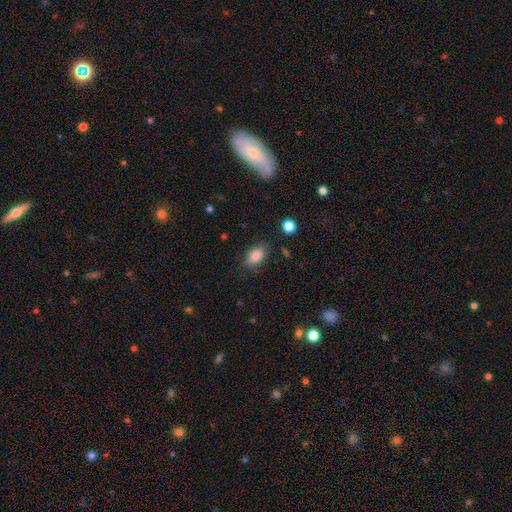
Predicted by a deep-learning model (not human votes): smooth_or_featured: smooth (p=0.86) [alt: star or artifact p=0.08]
how_rounded: in between (p=0.89) [alt: round p=0.09]
merging: none (p=0.80) [alt: minor disturbance p=0.14]